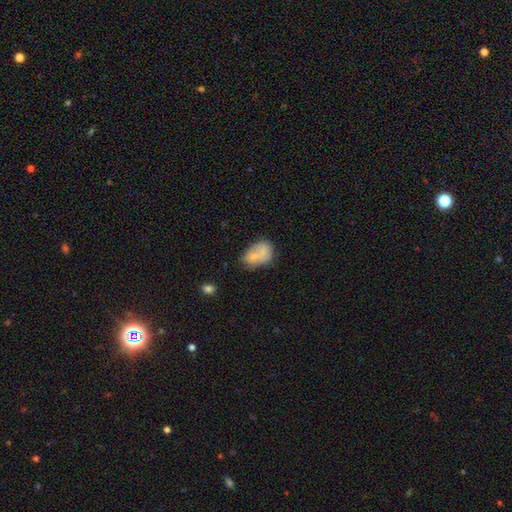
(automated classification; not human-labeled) Overall: smooth (69%). How rounded: in between (75%). Merging: none (42%; minor disturbance 27%).